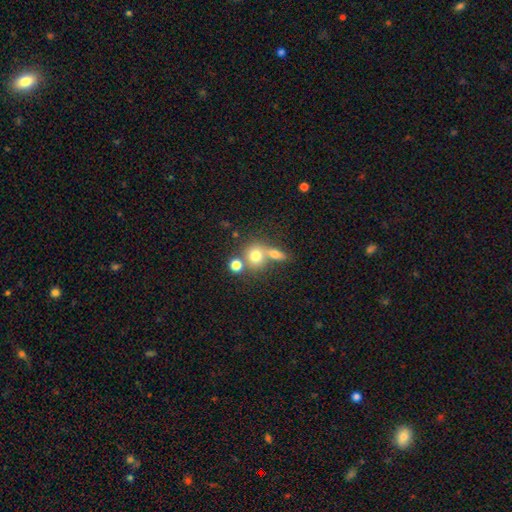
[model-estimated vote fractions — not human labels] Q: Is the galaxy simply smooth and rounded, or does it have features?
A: smooth — 72%.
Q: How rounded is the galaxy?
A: round — 79%.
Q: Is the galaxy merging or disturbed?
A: none — 44%.